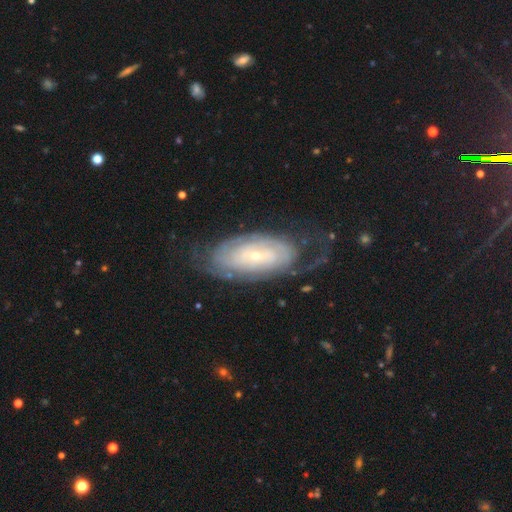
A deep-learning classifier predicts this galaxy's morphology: A featured or disk galaxy (79%) with no bar (66%), tight (74%) spiral arms (90%) and a small central bulge (80%). Merging: none (64%).